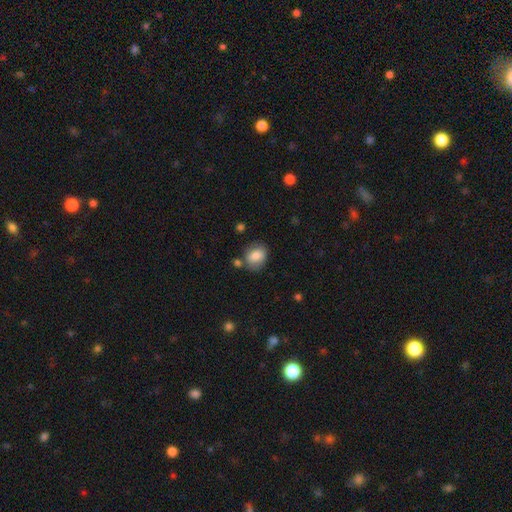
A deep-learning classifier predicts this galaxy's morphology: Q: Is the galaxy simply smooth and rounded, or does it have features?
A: smooth — 80%.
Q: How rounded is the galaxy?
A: round — 50%.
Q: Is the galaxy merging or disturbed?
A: none — 70%.